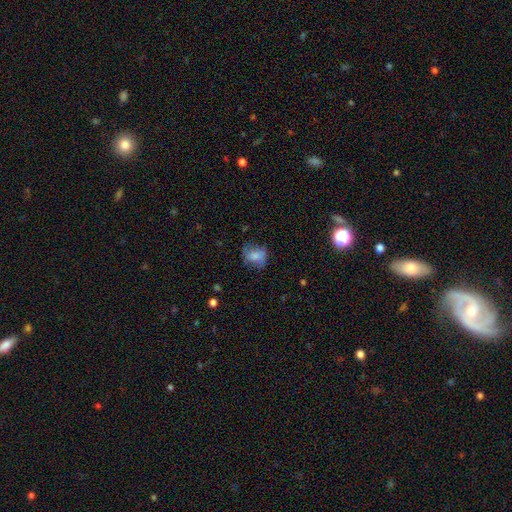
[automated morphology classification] Smooth or featured? Predicted: smooth (p=0.72). How rounded? Predicted: in between (p=0.50). Merging? Predicted: none (p=0.58).